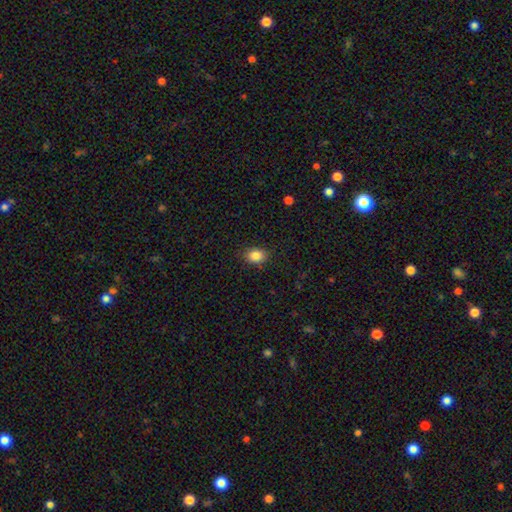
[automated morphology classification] smooth_or_featured: smooth (p=0.85) [alt: star or artifact p=0.10]
how_rounded: in between (p=0.59) [alt: round p=0.40]
merging: none (p=0.86) [alt: minor disturbance p=0.10]